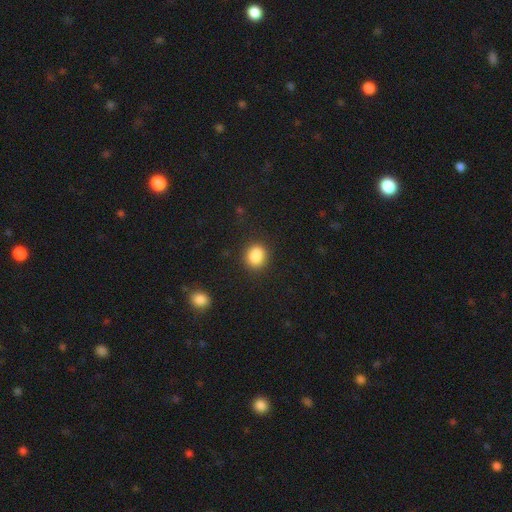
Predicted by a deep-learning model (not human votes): This appears to be a smooth galaxy with no disk features (86%) that is round (59%). Merging: none (82%).